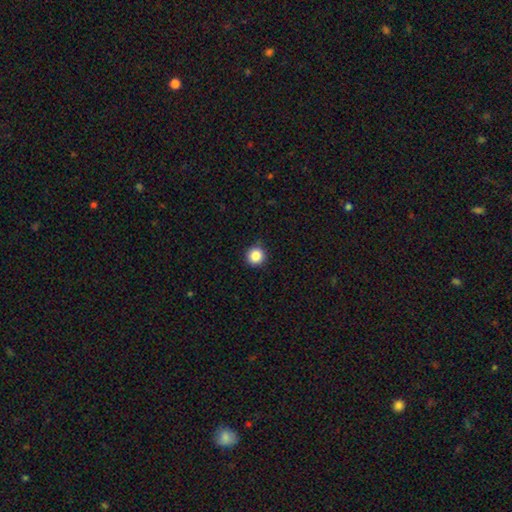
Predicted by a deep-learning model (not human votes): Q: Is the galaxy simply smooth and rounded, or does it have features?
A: smooth — 87%.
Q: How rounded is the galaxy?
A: round — 94%.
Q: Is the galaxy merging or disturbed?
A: none — 89%.